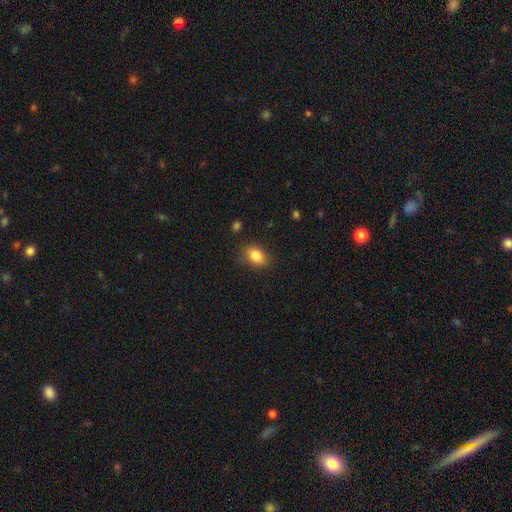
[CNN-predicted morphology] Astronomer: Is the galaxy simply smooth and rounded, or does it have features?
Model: smooth — 84%.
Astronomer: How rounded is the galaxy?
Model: in between — 79%.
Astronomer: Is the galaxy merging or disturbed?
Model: none — 82%.